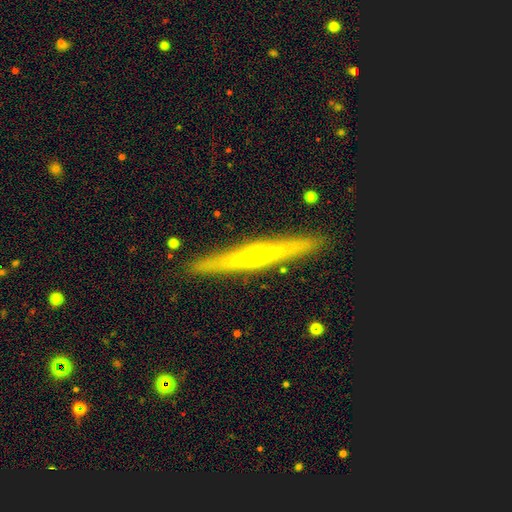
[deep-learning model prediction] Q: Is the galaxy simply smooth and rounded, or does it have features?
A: featured or disk — 69%.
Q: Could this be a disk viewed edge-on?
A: yes — 96%.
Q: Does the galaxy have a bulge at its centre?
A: rounded — 75%.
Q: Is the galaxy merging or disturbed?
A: none — 91%.